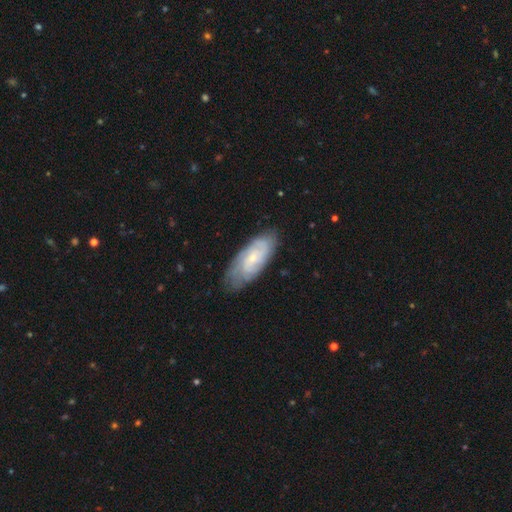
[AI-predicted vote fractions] The model was most divided on "bar": no: 59%, weak: 34%, strong: 7%. More confident: edge-on disk — no (88%); spiral arms — yes (87%); merging — none (79%); bulge size — small (65%); smooth or featured — featured or disk (61%).